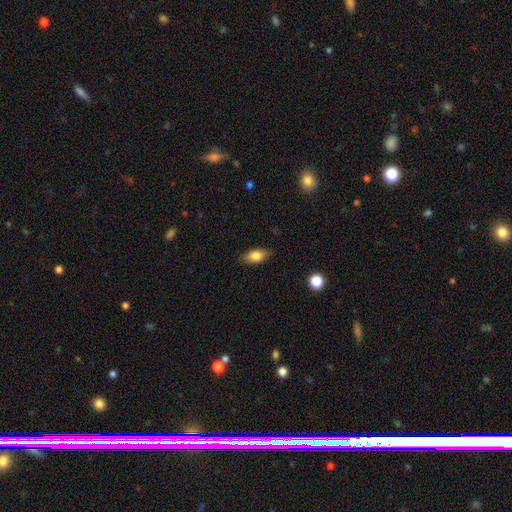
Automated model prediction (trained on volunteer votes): The model was most divided on "smooth or featured": smooth: 80%, featured or disk: 13%, star or artifact: 8%. More confident: how rounded — in between (86%); merging — none (83%).